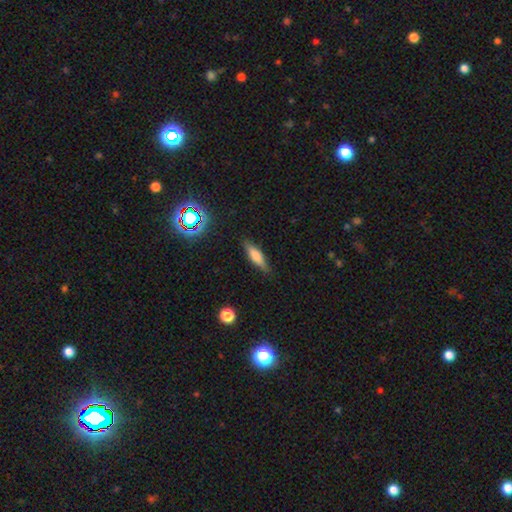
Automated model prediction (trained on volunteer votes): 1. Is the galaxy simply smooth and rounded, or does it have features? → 66% smooth, 25% featured or disk, 9% star or artifact.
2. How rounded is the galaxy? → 60% cigar-shaped, 38% in between, 2% round.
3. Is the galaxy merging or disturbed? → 84% none, 12% minor disturbance, 3% major disturbance, 1% merger.